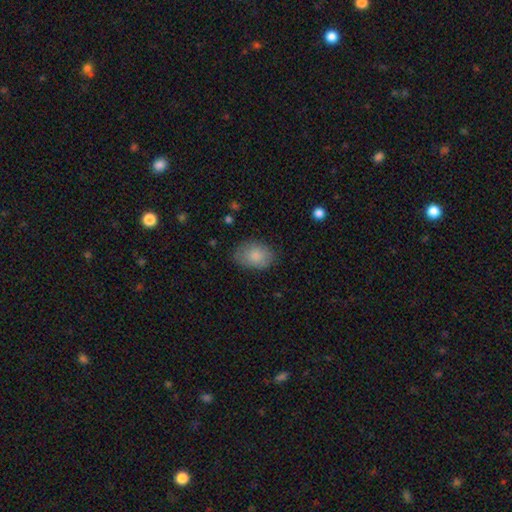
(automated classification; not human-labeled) A smooth galaxy with no disk features (84%) that is in between round and cigar-shaped (80%).

Vote fractions:
- Smooth or featured? smooth: 84% / featured or disk: 9% / star or artifact: 7%
- How rounded? in between: 80% / round: 19% / cigar-shaped: 1%
- Merging? none: 76% / minor disturbance: 18% / major disturbance: 5% / merger: 1%